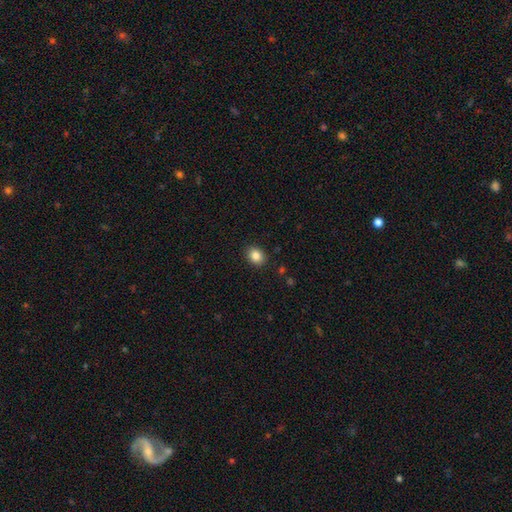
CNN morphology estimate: Q: Smooth or featured?
A: smooth (85%); runner-up: star or artifact (10%)
Q: How rounded?
A: round (56%); runner-up: in between (43%)
Q: Merging?
A: none (89%); runner-up: minor disturbance (8%)